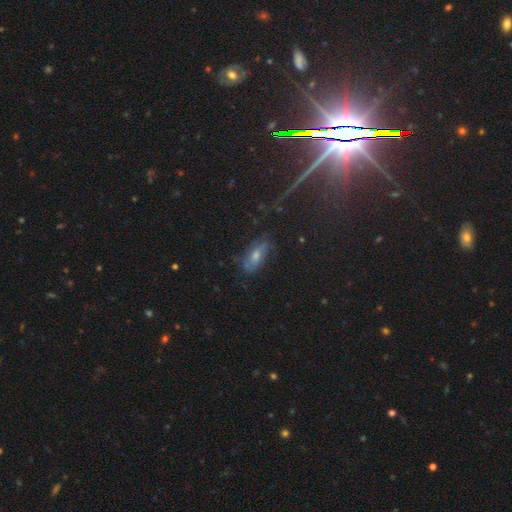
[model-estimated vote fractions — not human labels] Smooth or featured: featured or disk — 46% (smooth — 32%)
Merging: none — 66% (minor disturbance — 22%)